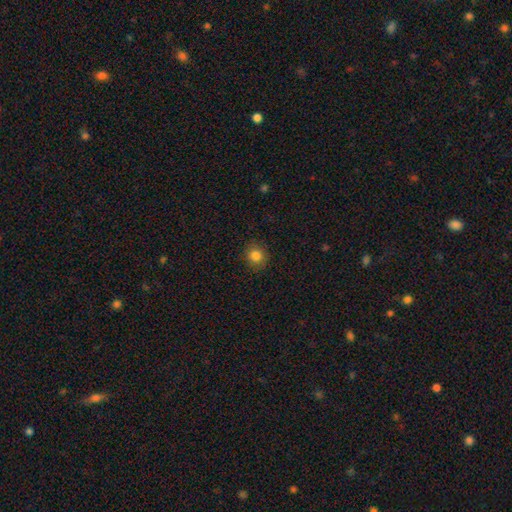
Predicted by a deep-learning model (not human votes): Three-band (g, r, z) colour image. It shows a smooth galaxy with no disk features (82%) that is round (85%). Merging: none (88%).